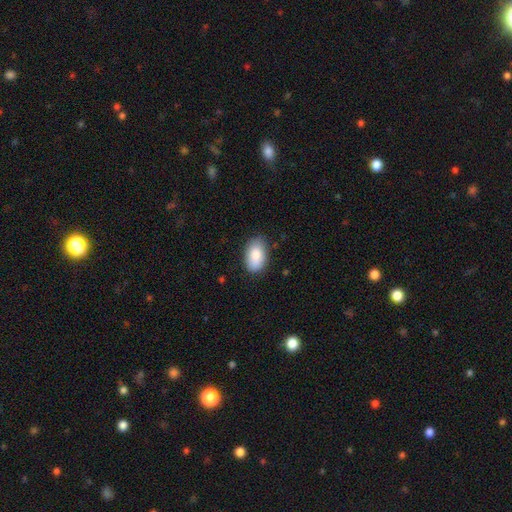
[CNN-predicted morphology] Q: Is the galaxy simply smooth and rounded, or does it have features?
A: smooth — 85%.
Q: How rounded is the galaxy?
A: in between — 93%.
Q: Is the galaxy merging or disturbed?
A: none — 80%.